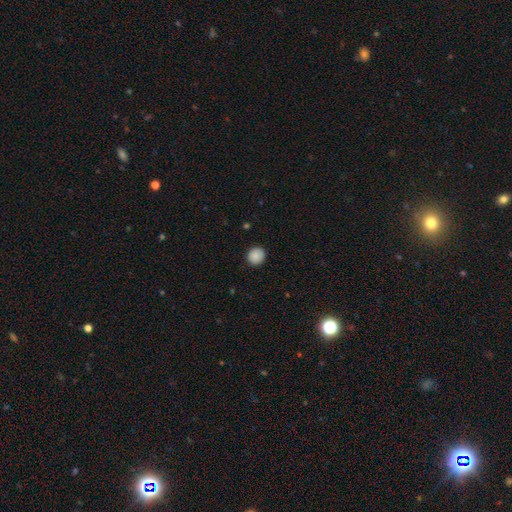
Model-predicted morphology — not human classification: Smooth or featured? Predicted: smooth (p=0.88). How rounded? Predicted: round (p=0.89). Merging? Predicted: none (p=0.91).